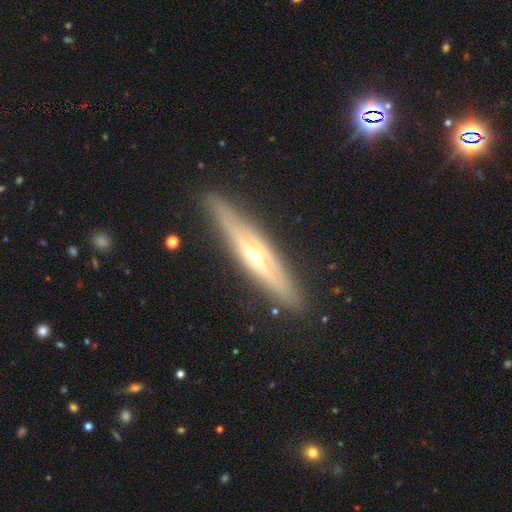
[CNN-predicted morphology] Smooth or featured? Predicted: featured or disk (p=0.73). Edge-on disk? Predicted: yes (p=0.90). Edge-on bulge? Predicted: rounded (p=0.84). Merging? Predicted: none (p=0.87).